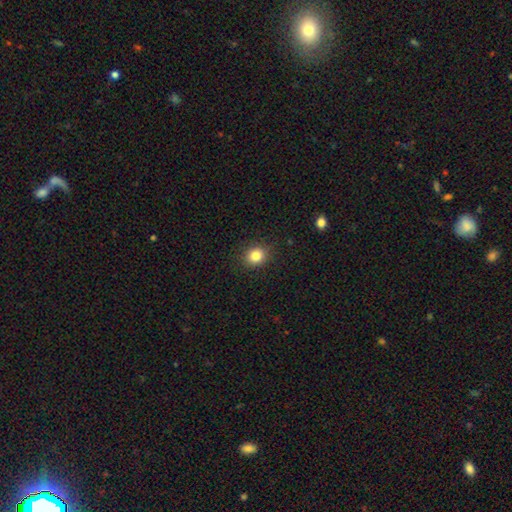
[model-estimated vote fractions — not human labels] Smooth or featured?
  - smooth: 84% *
  - star or artifact: 11%
  - featured or disk: 5%
How rounded?
  - round: 75% *
  - in between: 25%
  - cigar-shaped: 1%
Merging?
  - none: 89% *
  - minor disturbance: 8%
  - major disturbance: 2%
  - merger: 1%